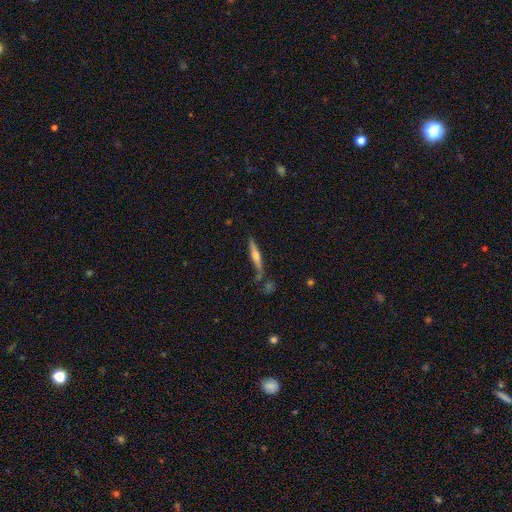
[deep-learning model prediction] A featured or disk galaxy (60%) viewed edge-on (96%) with a rounded central bulge (89%).

Vote fractions:
- Smooth or featured? featured or disk: 60% / smooth: 34% / star or artifact: 6%
- Edge-on disk? yes: 96% / no: 4%
- Edge-on bulge? rounded: 89% / none: 7% / boxy: 5%
- Merging? none: 76% / minor disturbance: 14% / merger: 7% / major disturbance: 3%